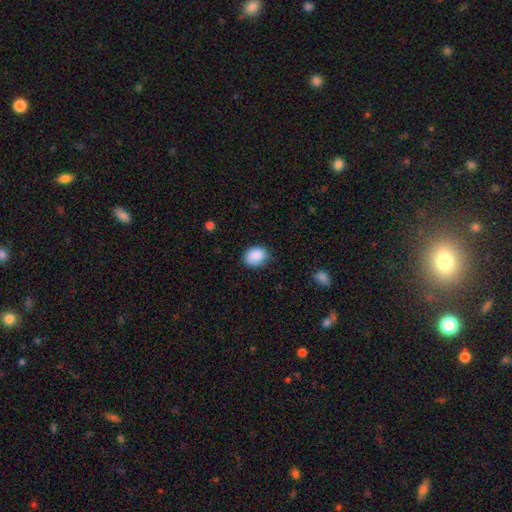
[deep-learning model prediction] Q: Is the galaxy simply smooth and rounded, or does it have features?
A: smooth — 88%.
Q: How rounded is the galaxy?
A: in between — 53%.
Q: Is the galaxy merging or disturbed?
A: none — 74%.